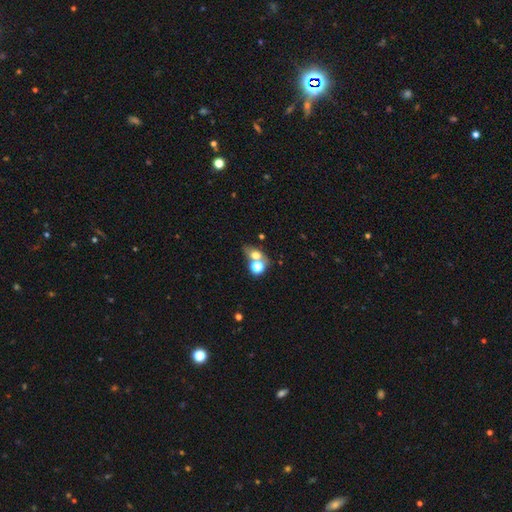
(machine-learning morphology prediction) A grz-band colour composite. It shows a smooth galaxy with no disk features (62%) that is in between round and cigar-shaped (58%). Merging: none (44%).